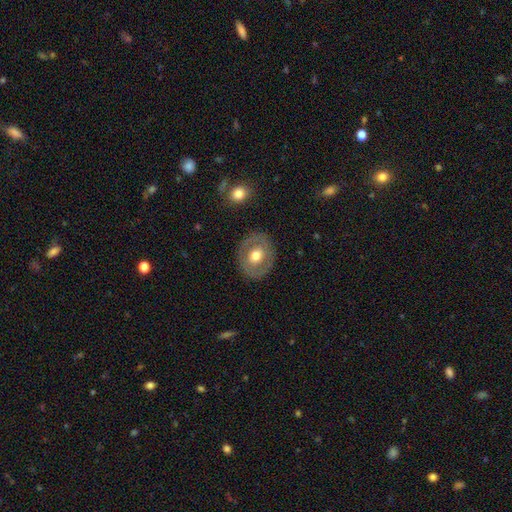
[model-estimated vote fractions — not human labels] featured or disk 49%, smooth 45%, star or artifact 6%. Down the decision tree: merging — none (84%).